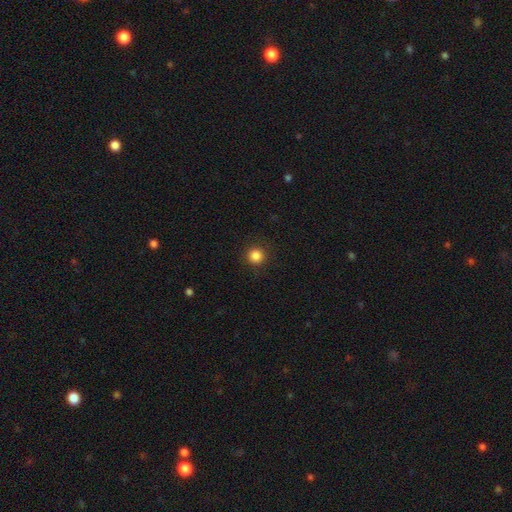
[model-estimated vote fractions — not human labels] smooth 85%, star or artifact 12%, featured or disk 4%. Down the decision tree: how rounded — round (95%); merging — none (91%).